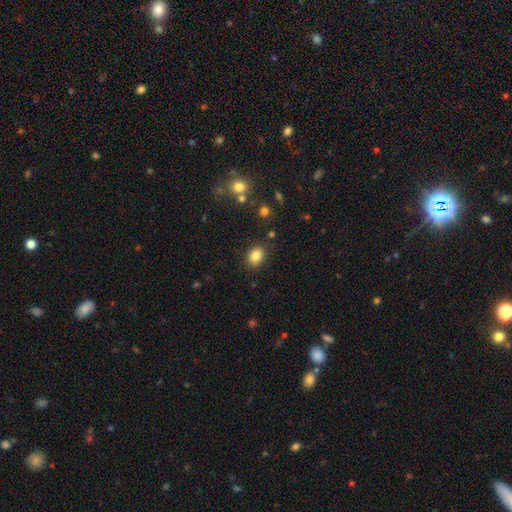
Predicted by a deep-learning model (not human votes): The model was most divided on "how rounded": in between: 57%, round: 42%, cigar-shaped: 1%. More confident: merging — none (85%); smooth or featured — smooth (83%).